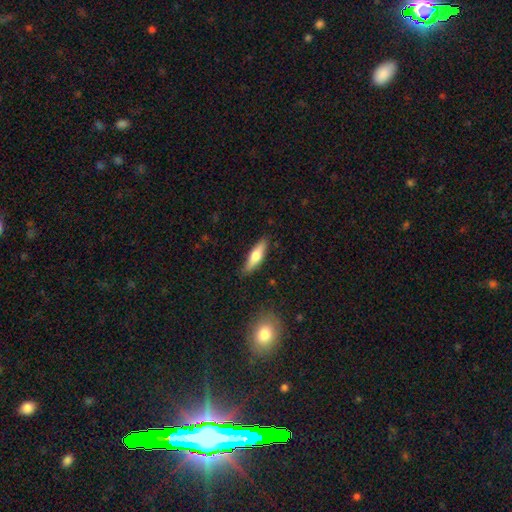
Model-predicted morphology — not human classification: This is likely a smooth galaxy (62%). How rounded: likely cigar-shaped (63%). Merging: clearly none (86%).